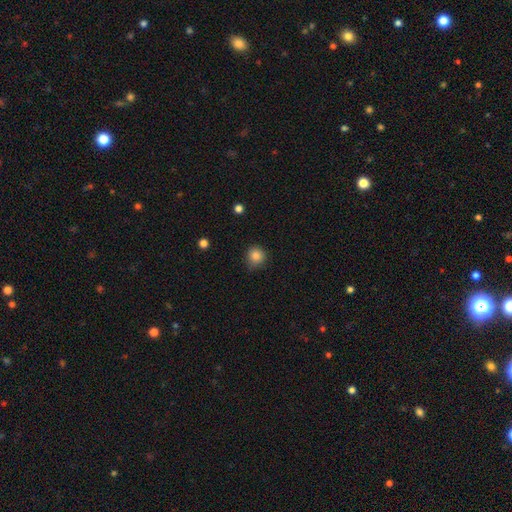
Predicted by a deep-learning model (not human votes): Smooth or featured: smooth — 84% (star or artifact — 11%)
How rounded: round — 91% (in between — 8%)
Merging: none — 80% (minor disturbance — 15%)